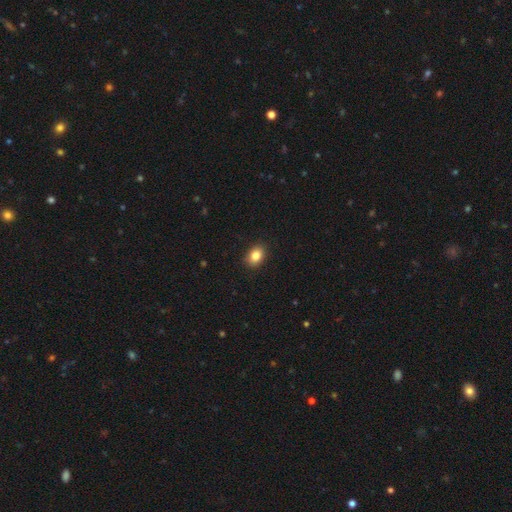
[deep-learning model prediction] Overall: smooth (84%). How rounded: in between (70%). Merging: none (89%).